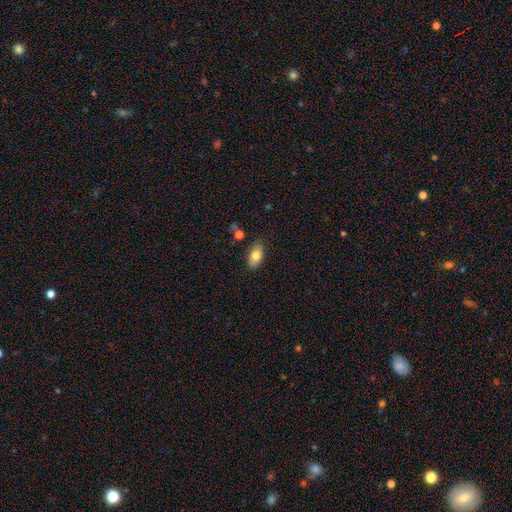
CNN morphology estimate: Smooth or featured? Predicted: smooth (p=0.78). How rounded? Predicted: in between (p=0.90). Merging? Predicted: none (p=0.84).